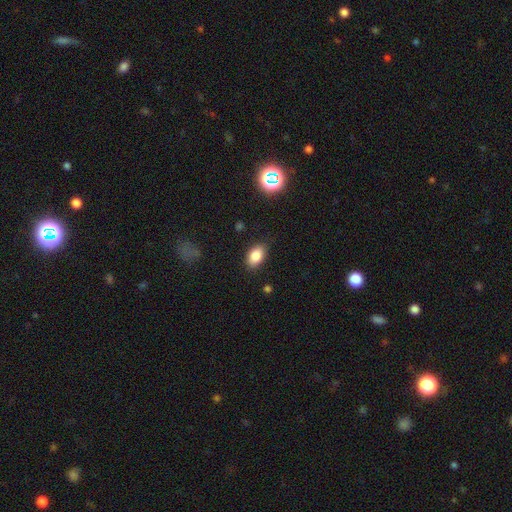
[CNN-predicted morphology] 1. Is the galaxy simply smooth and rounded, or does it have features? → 84% smooth, 9% star or artifact, 7% featured or disk.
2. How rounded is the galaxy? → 89% in between, 9% round, 2% cigar-shaped.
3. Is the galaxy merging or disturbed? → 85% none, 11% minor disturbance, 3% major disturbance, 1% merger.